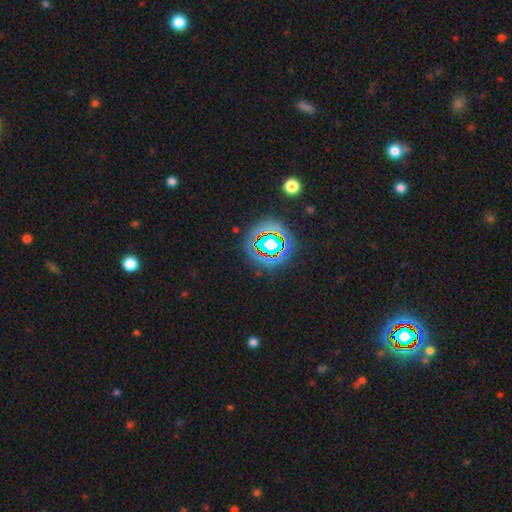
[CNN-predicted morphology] smooth_or_featured: star or artifact (p=0.79) [alt: smooth p=0.13]